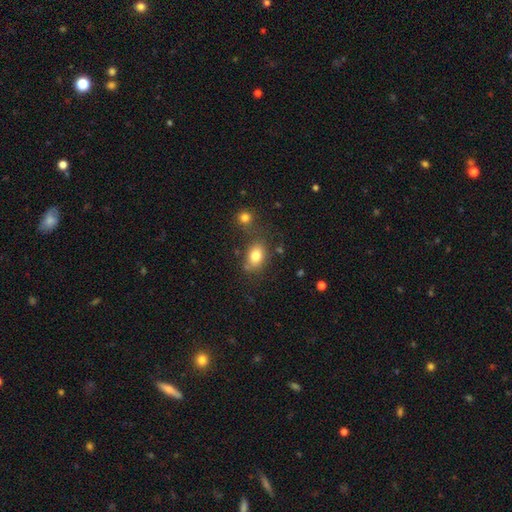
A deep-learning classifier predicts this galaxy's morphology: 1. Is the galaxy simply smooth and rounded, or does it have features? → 80% smooth, 10% star or artifact, 10% featured or disk.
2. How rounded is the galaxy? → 72% in between, 27% round, 1% cigar-shaped.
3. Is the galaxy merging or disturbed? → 65% none, 16% minor disturbance, 13% merger, 6% major disturbance.